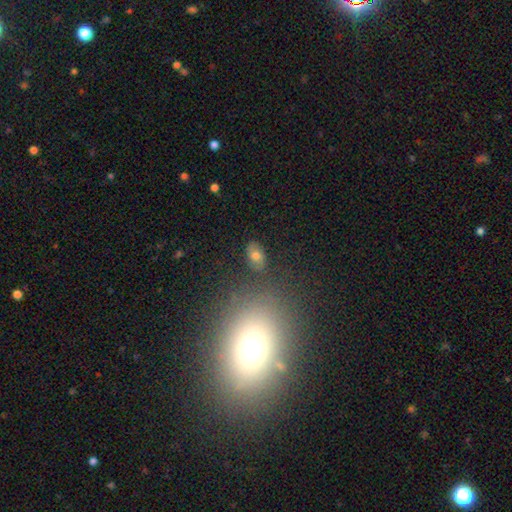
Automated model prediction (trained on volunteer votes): smooth-or-featured: smooth: 67% | featured or disk: 21% | star or artifact: 12%
  how-rounded: in between: 87% | round: 11% | cigar-shaped: 2%
  merging: none: 78% | minor disturbance: 14% | major disturbance: 4% | merger: 4%